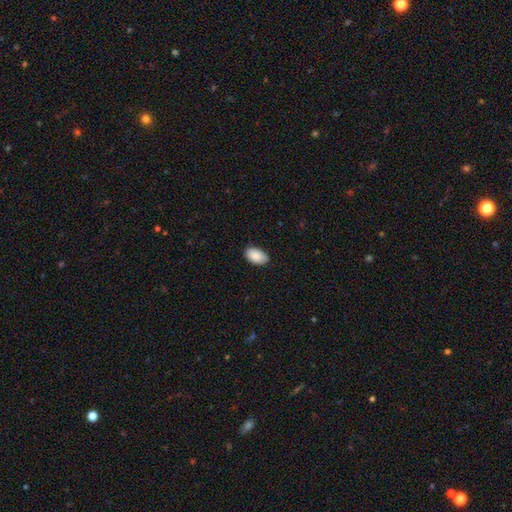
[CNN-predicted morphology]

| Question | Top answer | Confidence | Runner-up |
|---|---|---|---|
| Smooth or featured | smooth | 89% | star or artifact (6%) |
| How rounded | in between | 94% | round (5%) |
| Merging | none | 84% | minor disturbance (13%) |